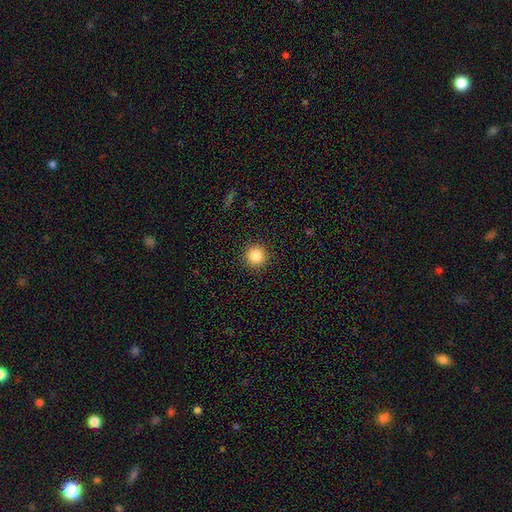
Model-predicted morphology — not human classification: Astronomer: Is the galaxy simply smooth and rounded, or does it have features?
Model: smooth — 86%.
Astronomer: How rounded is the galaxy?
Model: round — 95%.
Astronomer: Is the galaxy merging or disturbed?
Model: none — 92%.